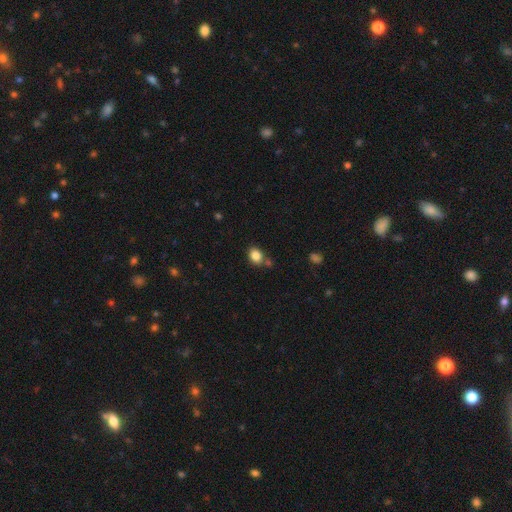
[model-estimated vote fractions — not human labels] Smooth or featured? Predicted: smooth (p=0.84). How rounded? Predicted: in between (p=0.60). Merging? Predicted: none (p=0.69).